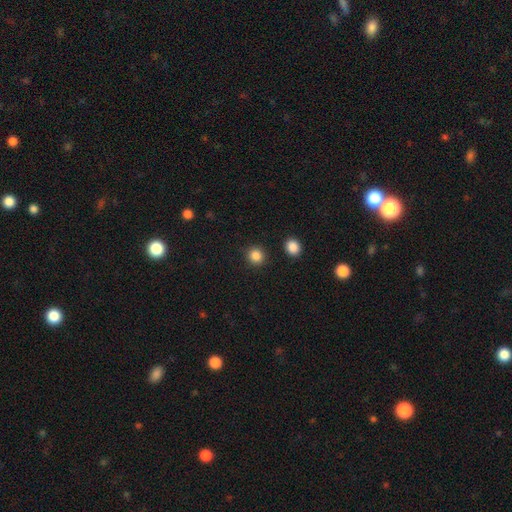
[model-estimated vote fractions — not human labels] Overall: smooth (86%). How rounded: round (90%). Merging: none (91%).